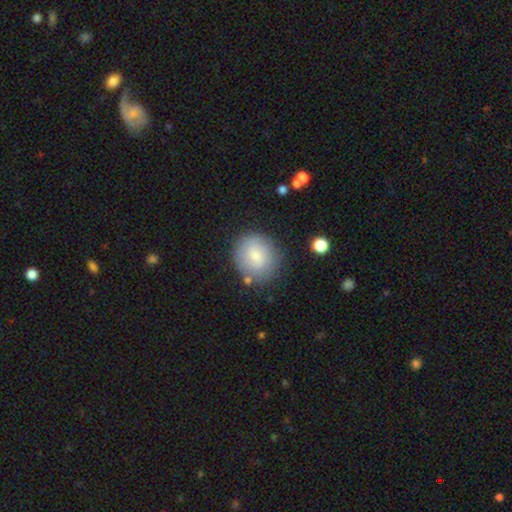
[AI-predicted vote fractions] smooth 75%, featured or disk 18%, star or artifact 7%. Down the decision tree: how rounded — round (80%); merging — none (77%).